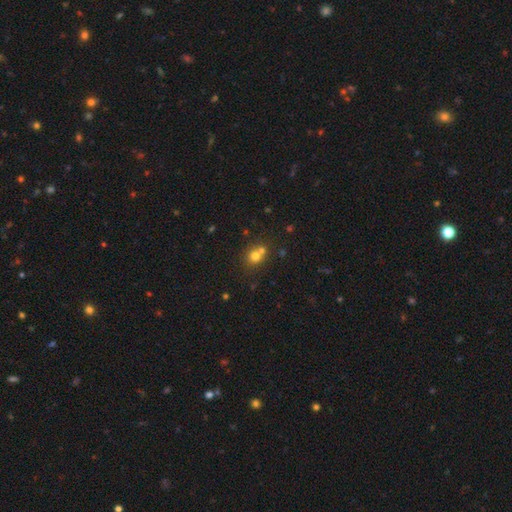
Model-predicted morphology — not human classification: Smooth or featured? Predicted: smooth (p=0.72). How rounded? Predicted: round (p=0.82). Merging? Predicted: none (p=0.50).